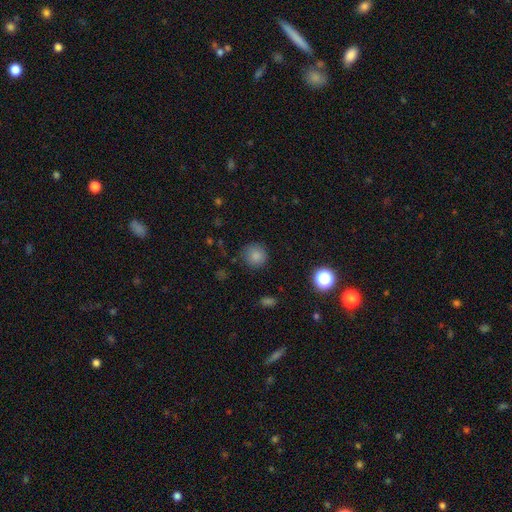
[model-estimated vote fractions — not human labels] The model was most divided on "smooth or featured": smooth: 82%, star or artifact: 13%, featured or disk: 5%. More confident: how rounded — round (92%); merging — none (84%).